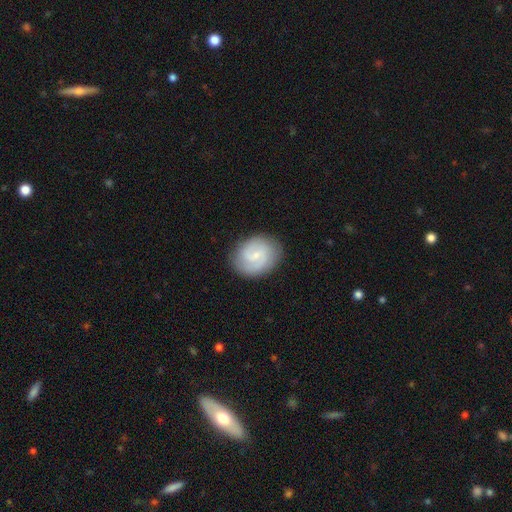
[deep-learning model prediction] Smooth or featured? Predicted: featured or disk (p=0.66). Edge-on disk? Predicted: no (p=0.98). Bar? Predicted: weak (p=0.59). Spiral arms? Predicted: yes (p=0.92). Spiral winding? Predicted: medium (p=0.45). Spiral arm count? Predicted: 2 (p=0.76). Bulge size? Predicted: small (p=0.71). Merging? Predicted: none (p=0.83).